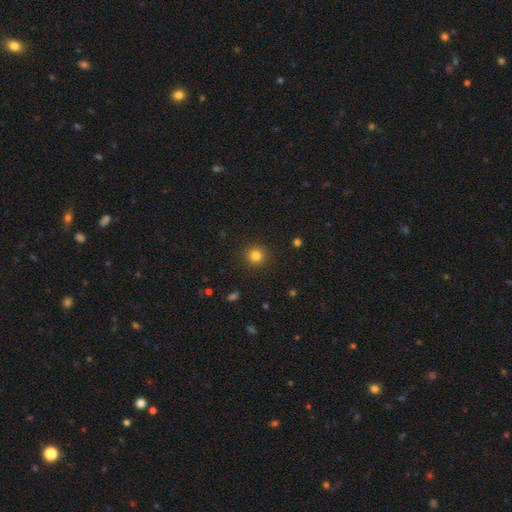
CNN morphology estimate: Smooth or featured: smooth — 82% (star or artifact — 13%)
How rounded: round — 93% (in between — 6%)
Merging: none — 91% (minor disturbance — 6%)